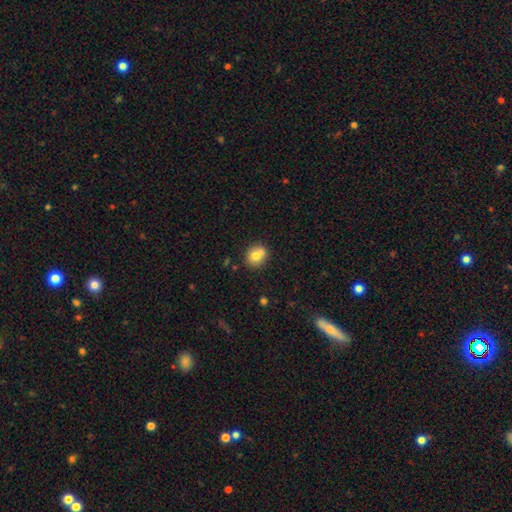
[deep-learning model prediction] smooth 74%, featured or disk 16%, star or artifact 10%. Down the decision tree: how rounded — round (73%); merging — none (64%).